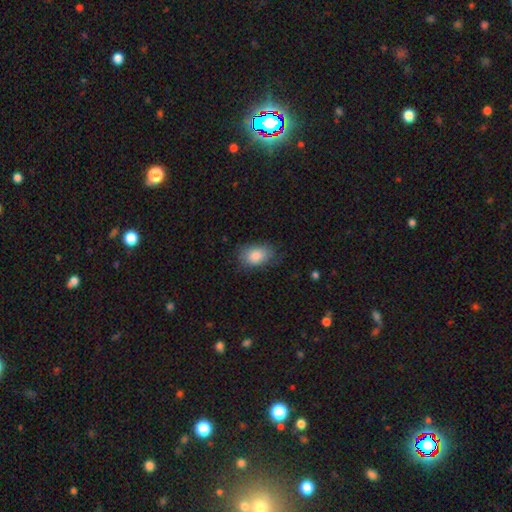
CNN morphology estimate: smooth-or-featured: smooth: 85% | featured or disk: 8% | star or artifact: 7%
  how-rounded: in between: 85% | round: 14% | cigar-shaped: 1%
  merging: none: 70% | minor disturbance: 23% | major disturbance: 6% | merger: 1%